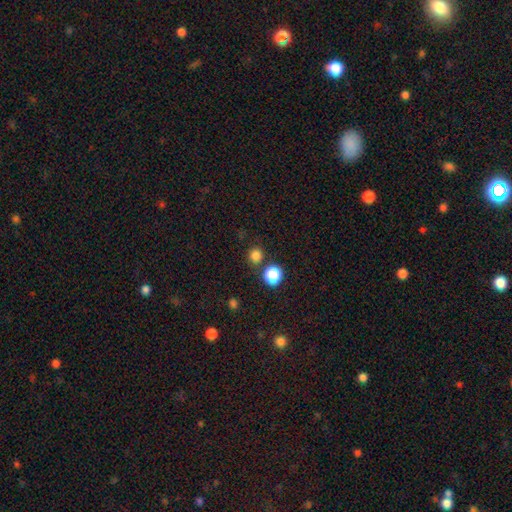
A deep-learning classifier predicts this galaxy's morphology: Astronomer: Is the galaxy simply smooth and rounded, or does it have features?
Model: smooth — 81%.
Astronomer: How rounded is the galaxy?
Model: round — 90%.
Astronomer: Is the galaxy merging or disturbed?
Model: none — 81%.